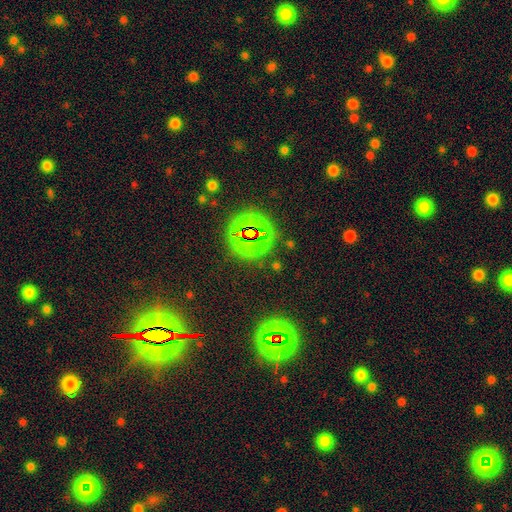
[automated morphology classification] The model was most divided on "smooth or featured": star or artifact: 80%, smooth: 12%, featured or disk: 8%.